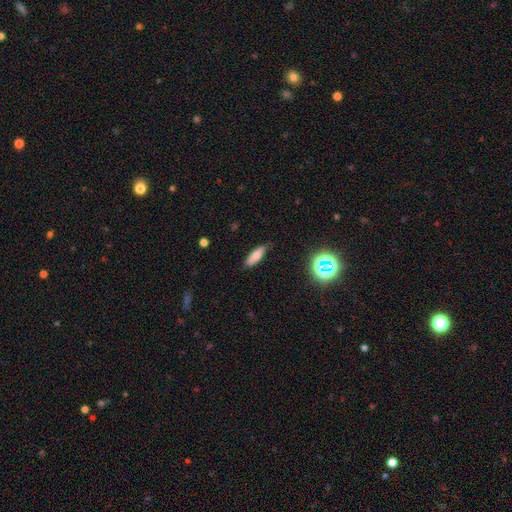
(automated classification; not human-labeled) A smooth galaxy with no disk features (72%) that is in between round and cigar-shaped (50%).

Vote fractions:
- Smooth or featured? smooth: 72% / featured or disk: 17% / star or artifact: 11%
- How rounded? in between: 50% / cigar-shaped: 47% / round: 3%
- Merging? none: 82% / minor disturbance: 14% / major disturbance: 3% / merger: 1%